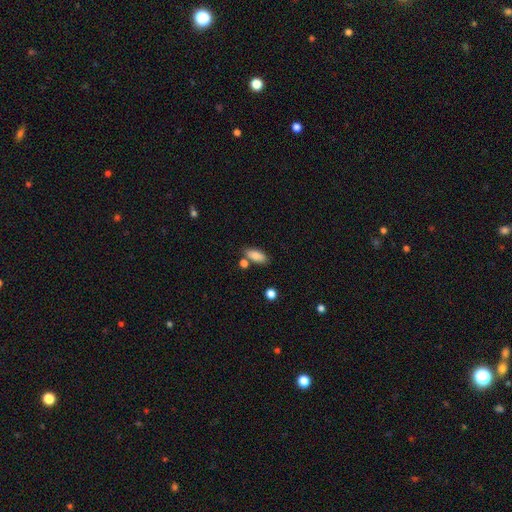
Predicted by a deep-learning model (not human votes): A smooth galaxy with no disk features (85%) that is in between round and cigar-shaped (84%).

Vote fractions:
- Smooth or featured? smooth: 85% / star or artifact: 7% / featured or disk: 7%
- How rounded? in between: 84% / cigar-shaped: 12% / round: 3%
- Merging? none: 72% / minor disturbance: 14% / merger: 11% / major disturbance: 4%